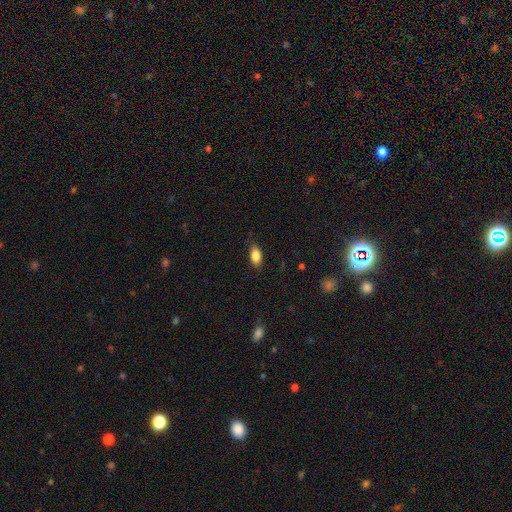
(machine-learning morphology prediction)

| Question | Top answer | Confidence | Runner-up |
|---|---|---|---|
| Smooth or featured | smooth | 84% | featured or disk (9%) |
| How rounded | in between | 89% | cigar-shaped (6%) |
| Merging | none | 82% | minor disturbance (14%) |